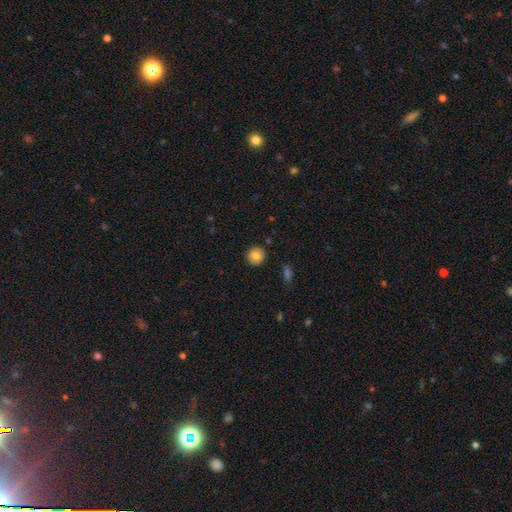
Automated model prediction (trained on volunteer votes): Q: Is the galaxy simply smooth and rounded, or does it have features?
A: smooth — 81%.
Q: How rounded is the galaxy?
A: round — 90%.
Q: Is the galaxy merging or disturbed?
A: none — 89%.